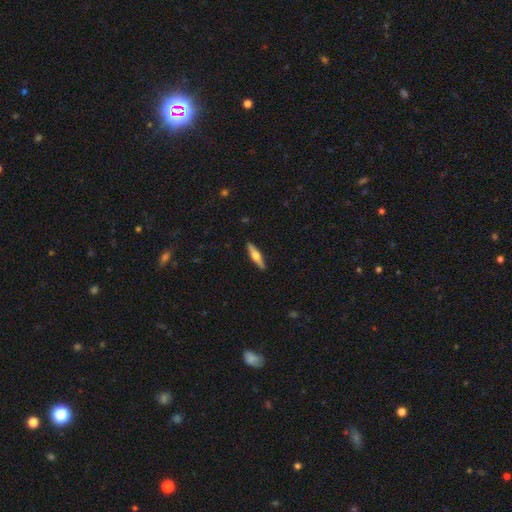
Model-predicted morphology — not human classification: The model was most divided on "smooth or featured": featured or disk: 57%, smooth: 38%, star or artifact: 5%. More confident: edge-on disk — yes (96%); edge-on bulge — rounded (93%); merging — none (91%).